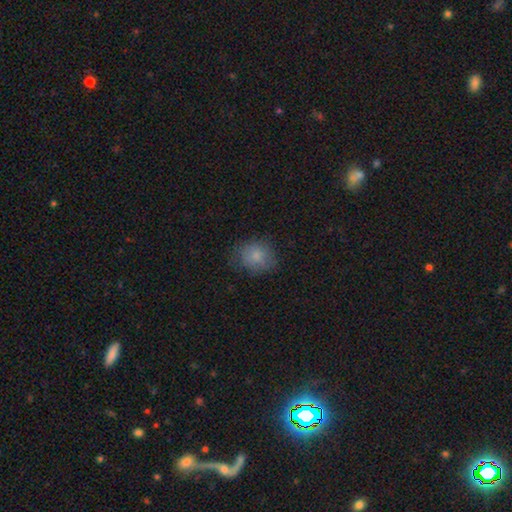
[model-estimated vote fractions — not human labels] Q: Smooth or featured?
A: smooth (80%); runner-up: featured or disk (11%)
Q: How rounded?
A: round (71%); runner-up: in between (29%)
Q: Merging?
A: none (69%); runner-up: minor disturbance (22%)